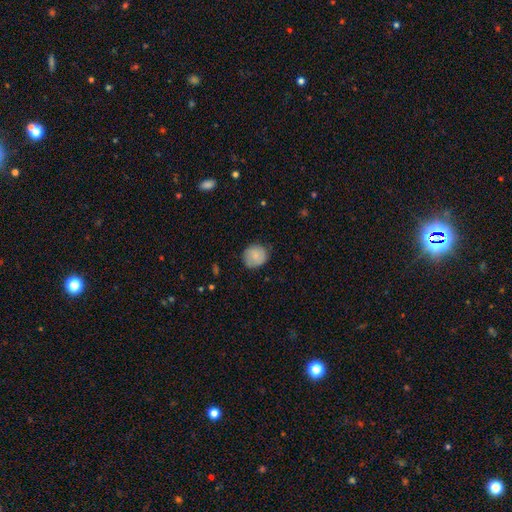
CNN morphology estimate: A smooth galaxy with no disk features (80%) that is round (84%).

Vote fractions:
- Smooth or featured? smooth: 80% / featured or disk: 13% / star or artifact: 7%
- How rounded? round: 84% / in between: 15% / cigar-shaped: 1%
- Merging? none: 79% / minor disturbance: 17% / major disturbance: 3% / merger: 1%